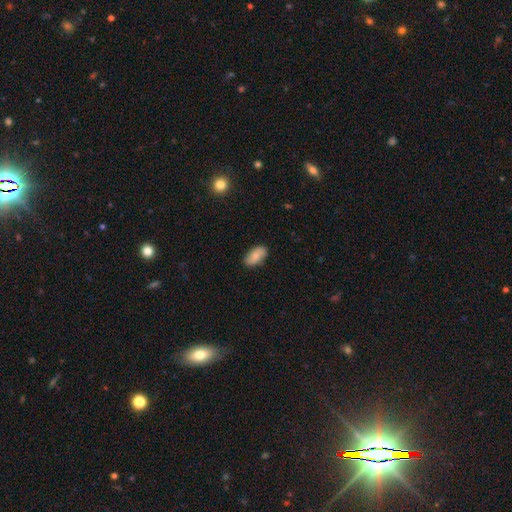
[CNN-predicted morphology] Smooth or featured: smooth — 80% (featured or disk — 13%)
How rounded: in between — 92% (cigar-shaped — 5%)
Merging: none — 85% (minor disturbance — 12%)